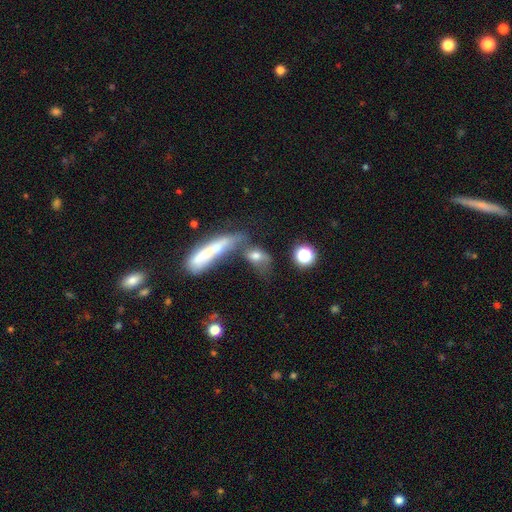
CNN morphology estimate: Smooth or featured? Predicted: smooth (p=0.60). How rounded? Predicted: in between (p=0.71). Merging? Predicted: merger (p=0.45).